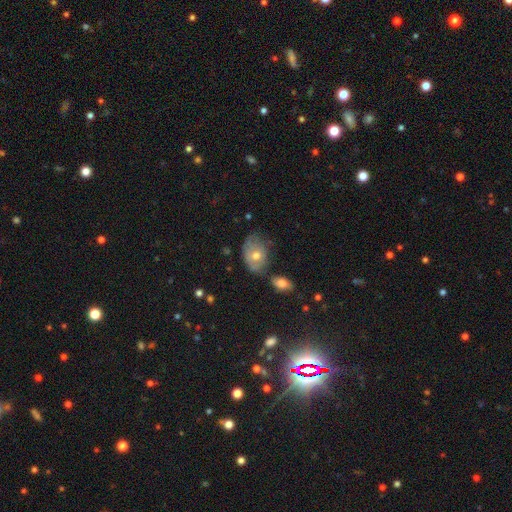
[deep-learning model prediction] Smooth or featured? smooth (59%)
How rounded? in between (79%)
Merging? none (47%)